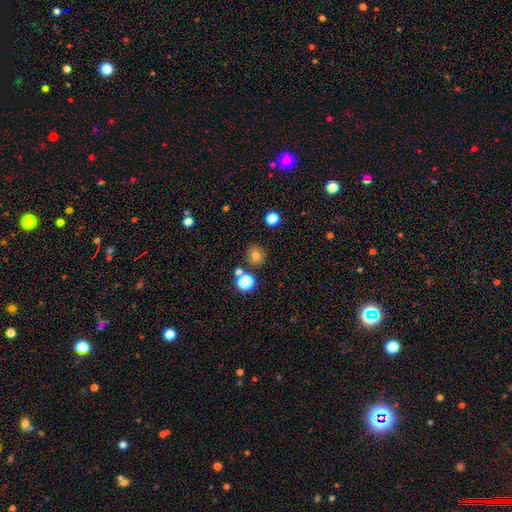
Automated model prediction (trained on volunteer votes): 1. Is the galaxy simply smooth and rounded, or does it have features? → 74% smooth, 17% star or artifact, 9% featured or disk.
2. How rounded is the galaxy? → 84% round, 15% in between, 1% cigar-shaped.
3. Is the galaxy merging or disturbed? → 80% none, 9% minor disturbance, 8% merger, 3% major disturbance.